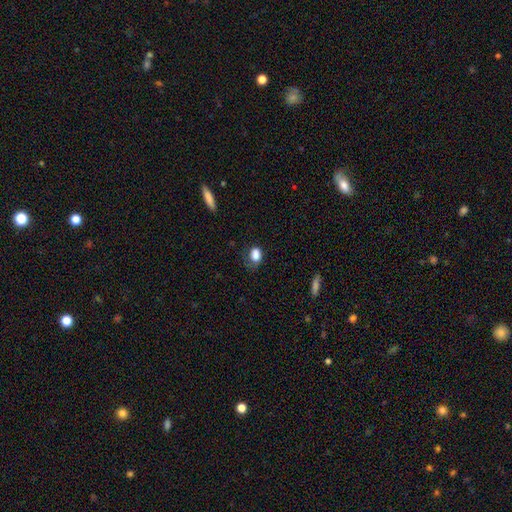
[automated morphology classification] smooth-or-featured: smooth: 83% | star or artifact: 9% | featured or disk: 8%
  how-rounded: in between: 71% | round: 27% | cigar-shaped: 2%
  merging: none: 48% | minor disturbance: 30% | major disturbance: 19% | merger: 3%